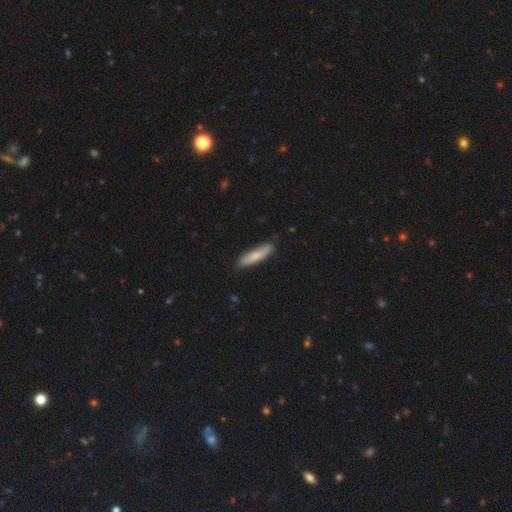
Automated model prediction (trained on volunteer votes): The model was most divided on "smooth or featured": smooth: 73%, featured or disk: 21%, star or artifact: 5%. More confident: merging — none (84%); how rounded — cigar-shaped (80%).